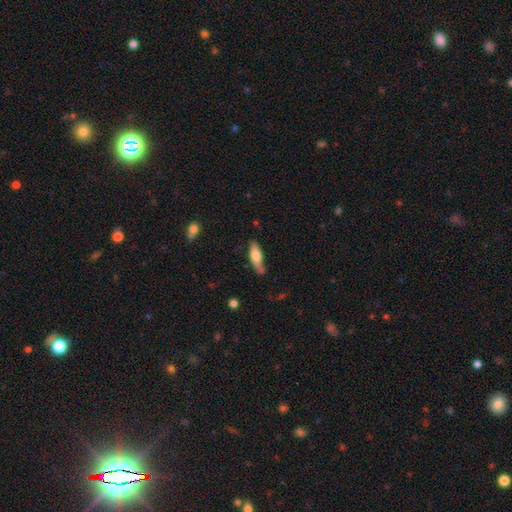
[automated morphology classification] Overall: smooth (65%; featured or disk 29%). How rounded: in between (52%; cigar-shaped 46%). Merging: none (62%; minor disturbance 26%).